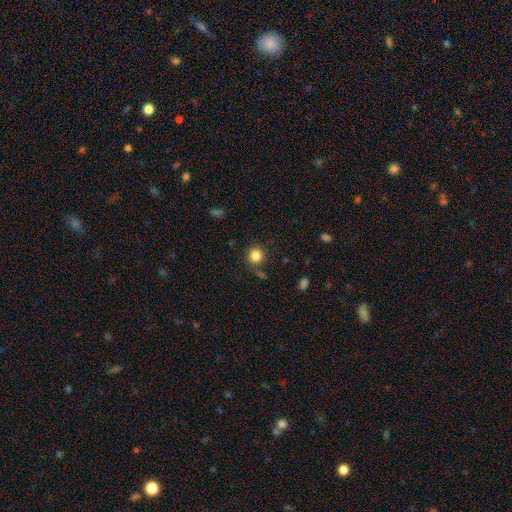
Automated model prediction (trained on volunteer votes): Smooth or featured? smooth (84%)
How rounded? round (92%)
Merging? none (81%)